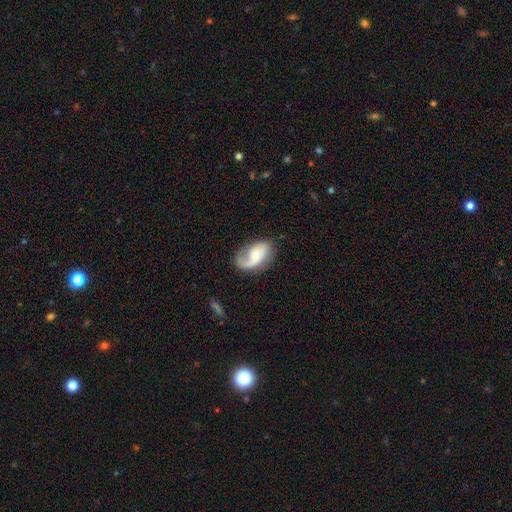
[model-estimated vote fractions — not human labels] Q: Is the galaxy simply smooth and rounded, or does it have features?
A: featured or disk — 68%.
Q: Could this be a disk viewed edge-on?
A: no — 97%.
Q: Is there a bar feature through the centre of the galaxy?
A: no — 65%.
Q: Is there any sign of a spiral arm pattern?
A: yes — 91%.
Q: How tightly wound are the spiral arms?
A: loose — 45%.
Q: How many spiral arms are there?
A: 1 — 48%.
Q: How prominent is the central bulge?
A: small — 53%.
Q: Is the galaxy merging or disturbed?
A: none — 58%.